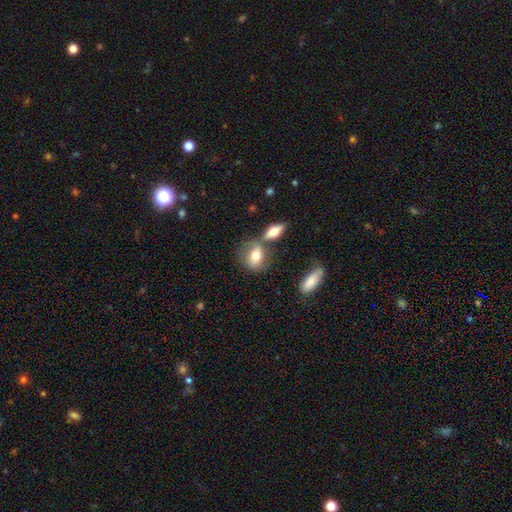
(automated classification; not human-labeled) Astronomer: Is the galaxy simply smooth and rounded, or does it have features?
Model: smooth — 69%.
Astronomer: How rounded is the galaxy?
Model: in between — 63%.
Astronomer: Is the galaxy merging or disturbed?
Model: none — 49% (runner-up: merger, 27%).